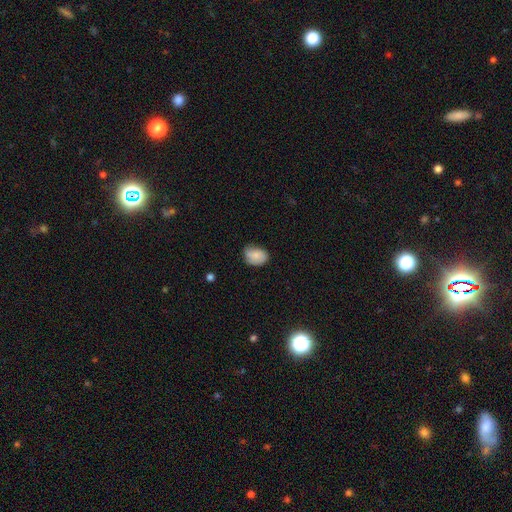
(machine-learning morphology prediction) type=smooth (78%); roundness=in between (67%); merging=none (61%).